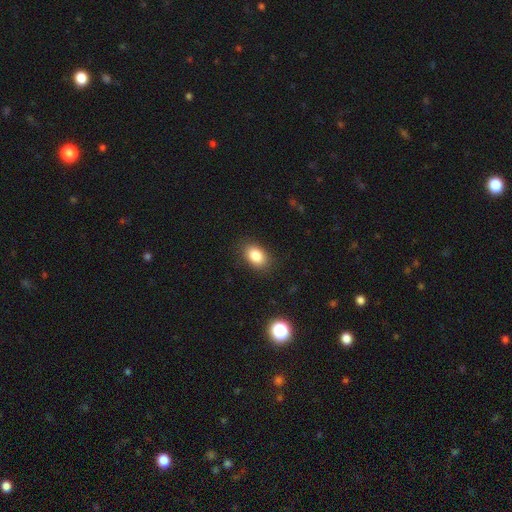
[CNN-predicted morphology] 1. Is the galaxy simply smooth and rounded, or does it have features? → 85% smooth, 9% star or artifact, 6% featured or disk.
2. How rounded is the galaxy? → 85% in between, 14% round, 1% cigar-shaped.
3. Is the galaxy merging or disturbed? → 87% none, 10% minor disturbance, 3% major disturbance, 1% merger.